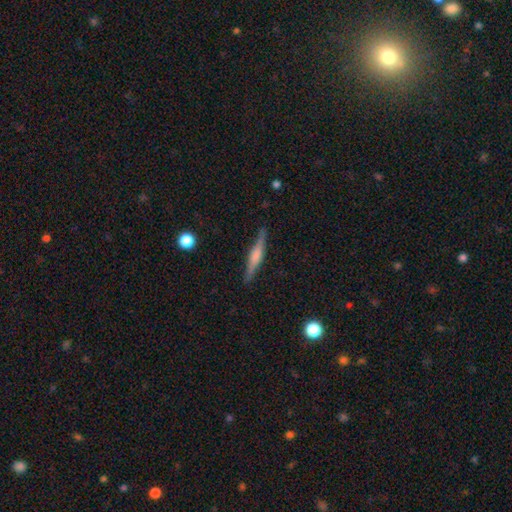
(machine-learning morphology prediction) This appears to be a featured or disk galaxy (65%) viewed edge-on (97%) with a rounded central bulge (58%). Merging: none (88%).